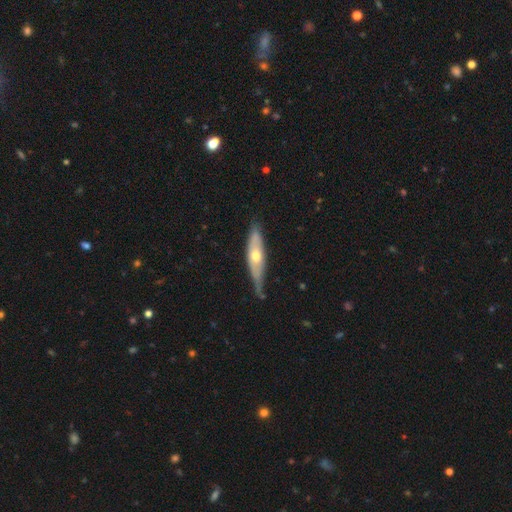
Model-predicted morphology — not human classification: This is possibly a featured or disk galaxy (58%). It is likely viewed edge-on (72%). Merging: likely none (67%).